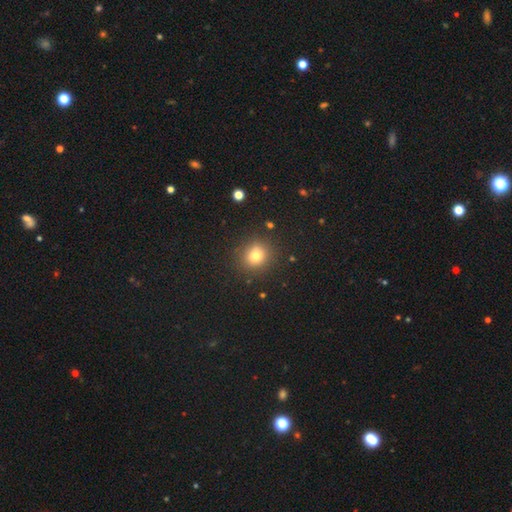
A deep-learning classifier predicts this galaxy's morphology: The model was most divided on "smooth or featured": smooth: 76%, star or artifact: 16%, featured or disk: 8%. More confident: merging — none (87%); how rounded — round (82%).